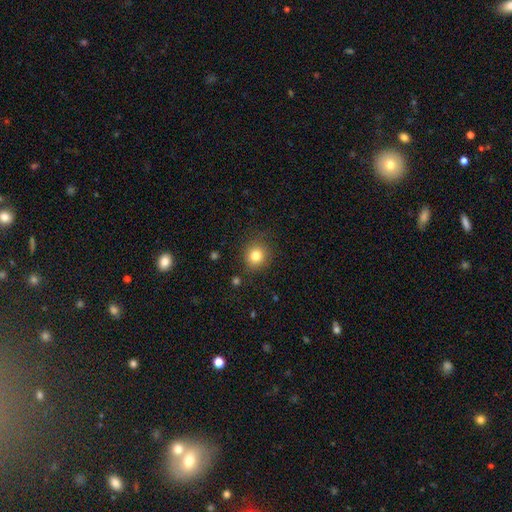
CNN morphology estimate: type=smooth (81%); roundness=round (85%); merging=none (86%).